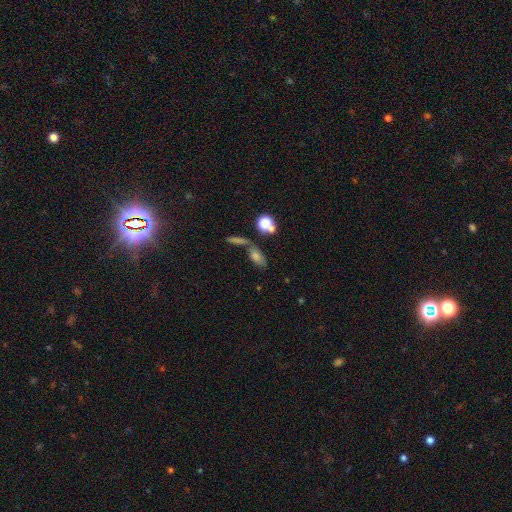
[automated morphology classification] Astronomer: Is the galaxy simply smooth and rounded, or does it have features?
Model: smooth — 61%.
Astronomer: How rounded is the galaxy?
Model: in between — 67%.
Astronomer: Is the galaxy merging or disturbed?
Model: none — 57%.